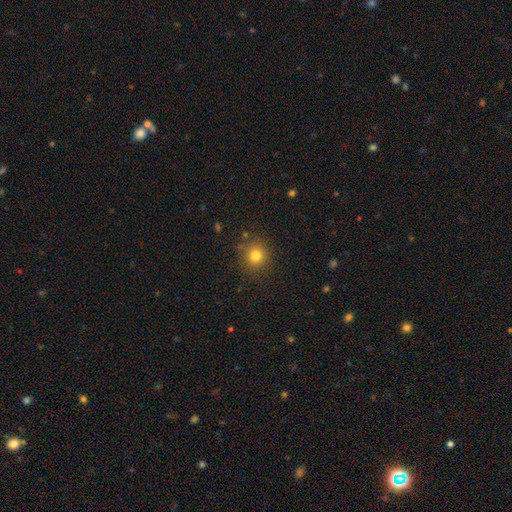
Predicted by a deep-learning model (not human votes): A smooth galaxy with no disk features (79%) that is round (91%). Merging: none (86%).